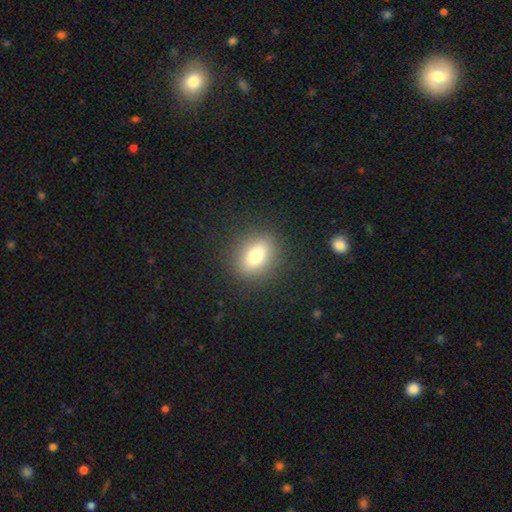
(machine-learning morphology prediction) smooth 75%, featured or disk 14%, star or artifact 12%. Down the decision tree: how rounded — in between (56%); merging — none (88%).